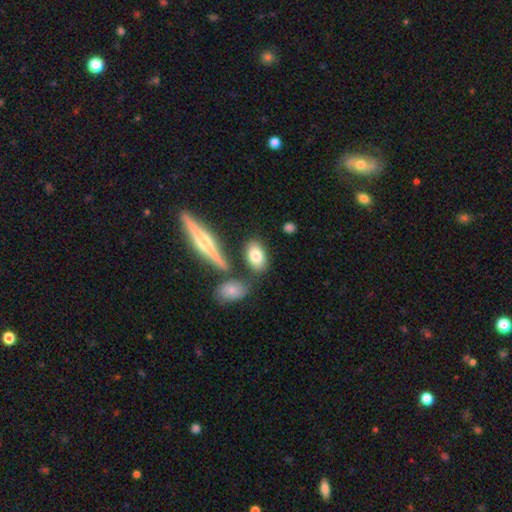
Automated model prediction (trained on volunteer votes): Smooth or featured?
  - smooth: 76% *
  - featured or disk: 17%
  - star or artifact: 7%
How rounded?
  - in between: 85% *
  - round: 10%
  - cigar-shaped: 5%
Merging?
  - none: 73% *
  - minor disturbance: 13%
  - merger: 11%
  - major disturbance: 4%